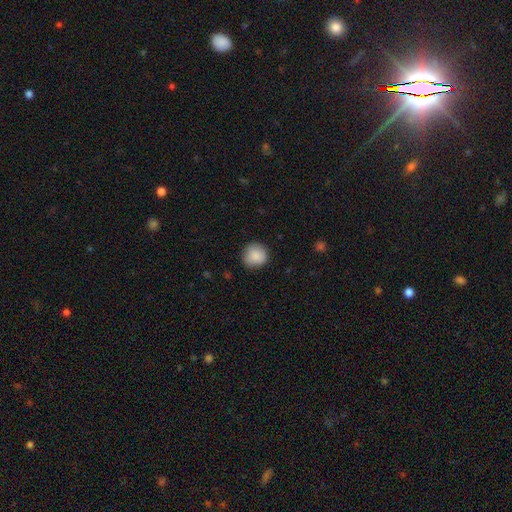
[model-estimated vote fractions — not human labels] Smooth or featured: smooth — 88% (star or artifact — 8%)
How rounded: round — 91% (in between — 8%)
Merging: none — 86% (minor disturbance — 11%)